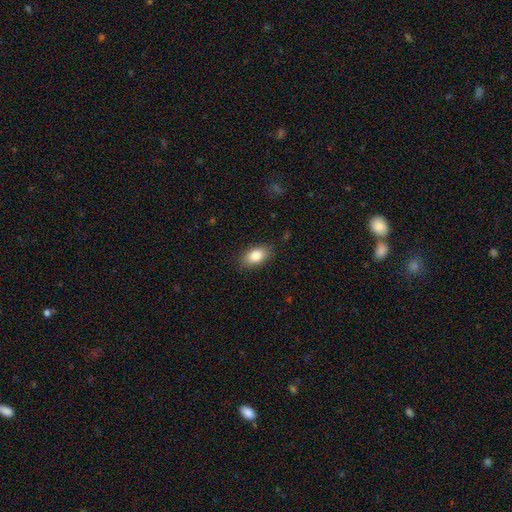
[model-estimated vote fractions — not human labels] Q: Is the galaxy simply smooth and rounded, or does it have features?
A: smooth — 85%.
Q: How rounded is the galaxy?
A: in between — 90%.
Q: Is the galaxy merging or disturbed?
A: none — 86%.